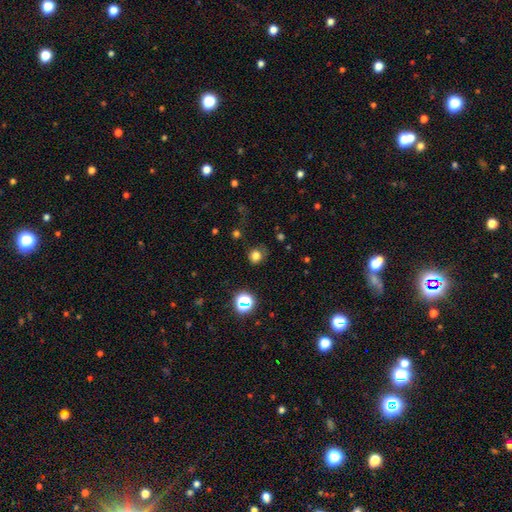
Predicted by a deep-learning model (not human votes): Overall: smooth (77%). How rounded: round (81%). Merging: none (73%).